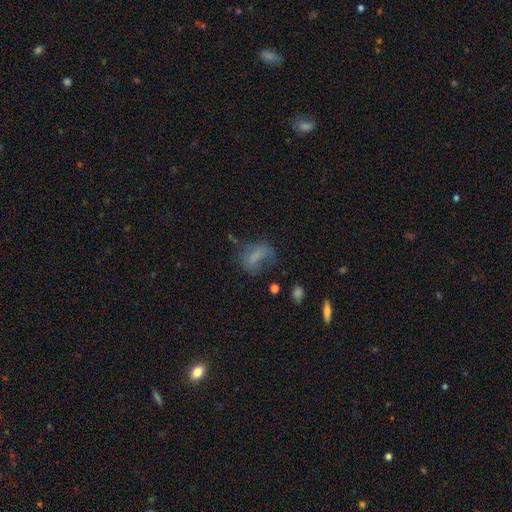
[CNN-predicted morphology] Smooth or featured? smooth (60%)
How rounded? in between (74%)
Merging? none (42%)